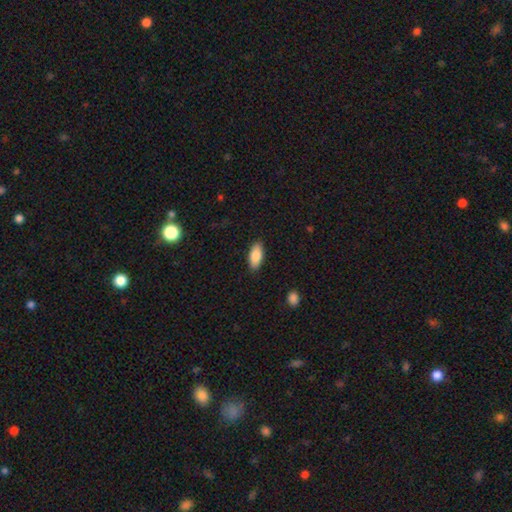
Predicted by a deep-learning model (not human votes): Smooth or featured? smooth (84%)
How rounded? in between (86%)
Merging? none (88%)